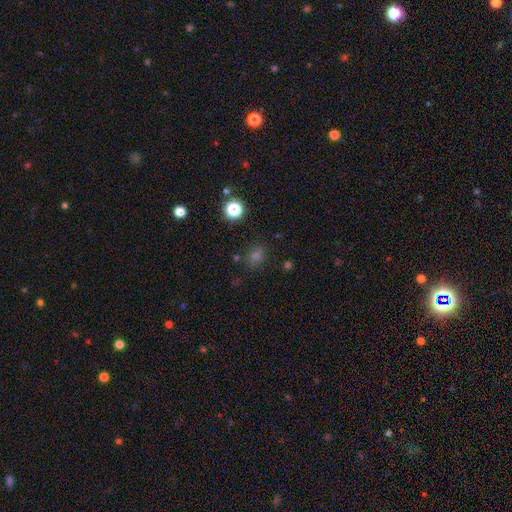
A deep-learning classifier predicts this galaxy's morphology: smooth_or_featured: smooth (p=0.65) [alt: star or artifact p=0.28]
how_rounded: round (p=0.59) [alt: in between p=0.40]
merging: none (p=0.82) [alt: minor disturbance p=0.11]